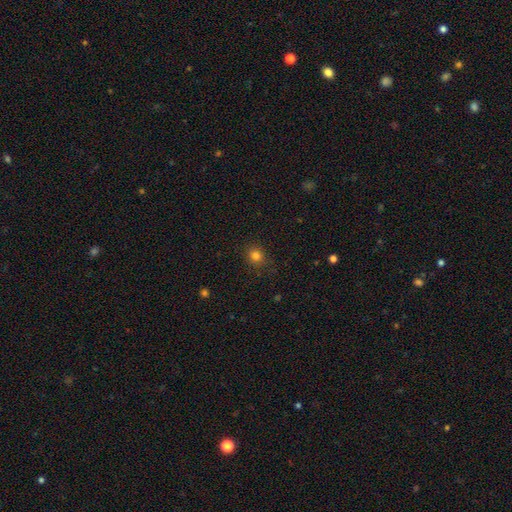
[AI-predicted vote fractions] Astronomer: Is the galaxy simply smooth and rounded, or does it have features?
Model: smooth — 80%.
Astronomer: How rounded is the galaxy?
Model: round — 79%.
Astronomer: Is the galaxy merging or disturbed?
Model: none — 86%.